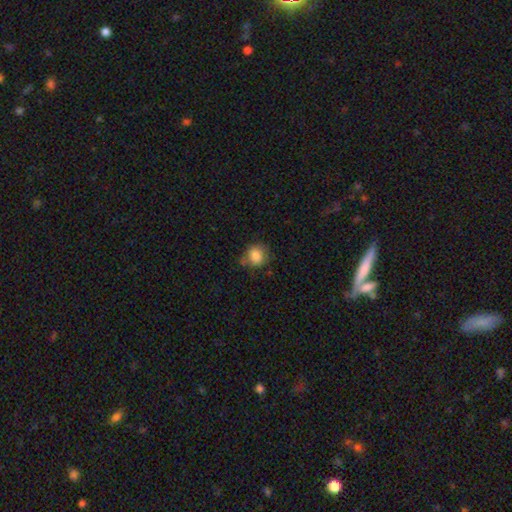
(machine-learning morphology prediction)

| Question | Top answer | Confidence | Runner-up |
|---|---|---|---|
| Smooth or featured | smooth | 82% | star or artifact (9%) |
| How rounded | round | 78% | in between (21%) |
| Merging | none | 67% | minor disturbance (23%) |